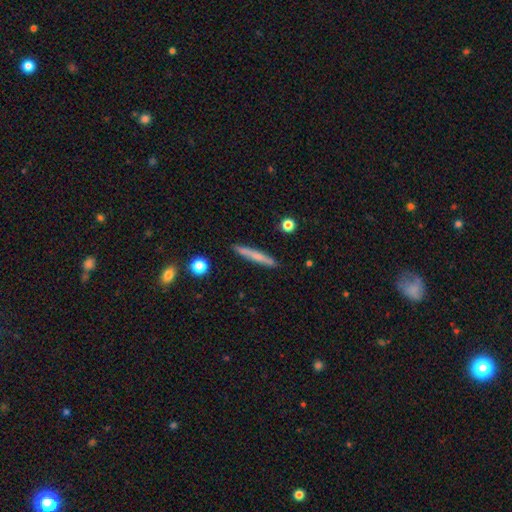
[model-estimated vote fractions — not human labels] This is likely a smooth galaxy (60%). How rounded: clearly cigar-shaped (95%). Merging: clearly none (89%).